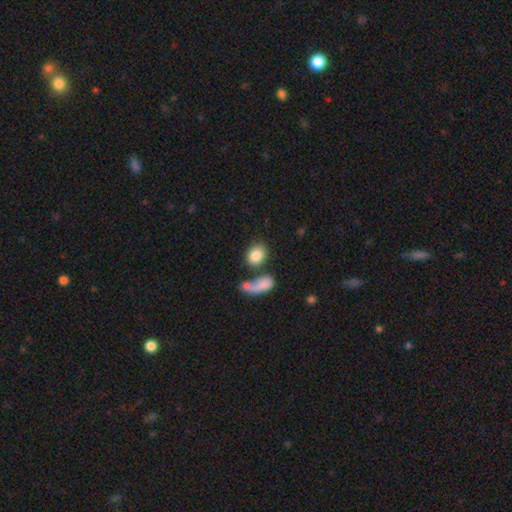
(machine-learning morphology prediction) Smooth or featured: smooth — 83% (featured or disk — 9%)
How rounded: in between — 58% (round — 40%)
Merging: none — 58% (merger — 23%)